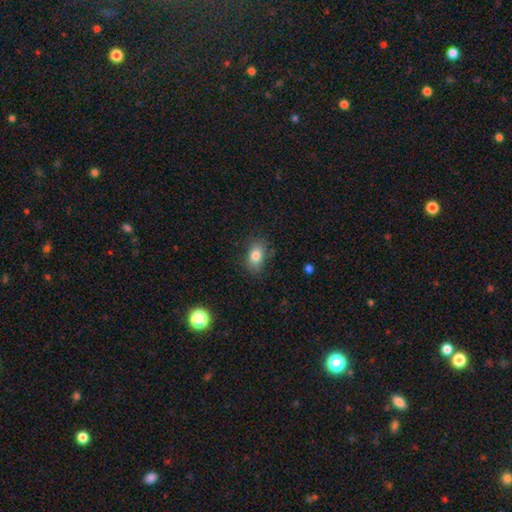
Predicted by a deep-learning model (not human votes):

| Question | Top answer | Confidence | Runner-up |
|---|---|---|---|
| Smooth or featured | smooth | 81% | star or artifact (10%) |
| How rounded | in between | 81% | round (17%) |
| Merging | none | 80% | minor disturbance (14%) |